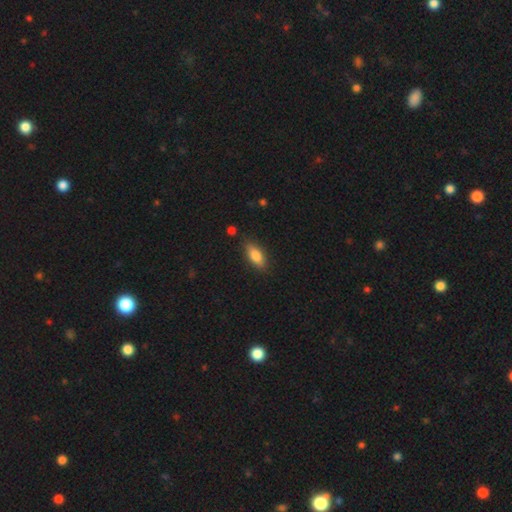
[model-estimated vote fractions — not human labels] Overall: smooth (79%). How rounded: in between (77%). Merging: none (84%).